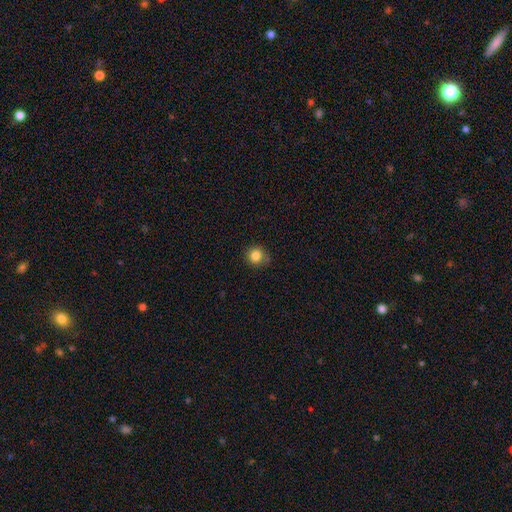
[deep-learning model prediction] Morphology: type=smooth (83%); roundness=round (92%); merging=none (82%).